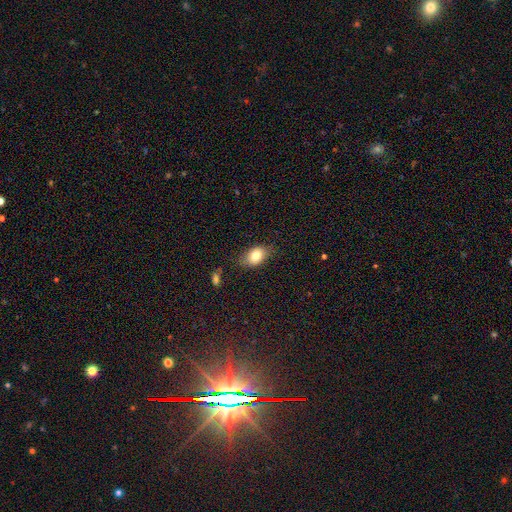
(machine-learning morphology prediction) The model was most divided on "merging": none: 73%, minor disturbance: 20%, major disturbance: 5%, merger: 2%. More confident: how rounded — in between (79%); smooth or featured — smooth (79%).